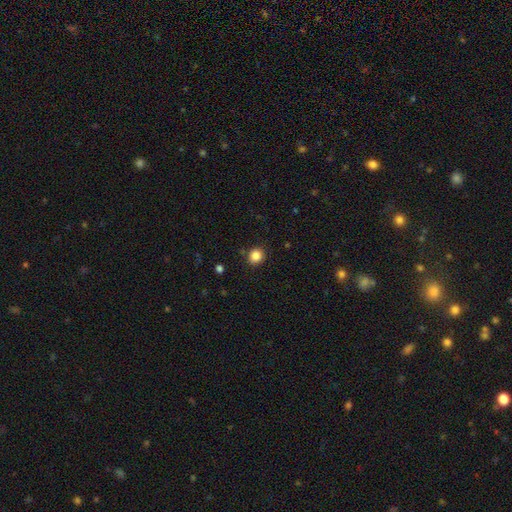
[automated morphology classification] The model was most divided on "how rounded": round: 80%, in between: 19%, cigar-shaped: 1%. More confident: merging — none (88%); smooth or featured — smooth (85%).